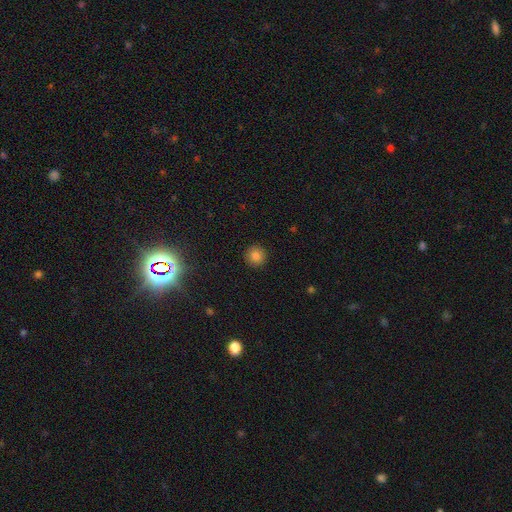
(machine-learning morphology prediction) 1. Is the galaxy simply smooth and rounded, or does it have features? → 83% smooth, 12% star or artifact, 5% featured or disk.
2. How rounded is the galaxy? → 94% round, 5% in between, 1% cigar-shaped.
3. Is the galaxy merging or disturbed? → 92% none, 5% minor disturbance, 2% major disturbance, 1% merger.